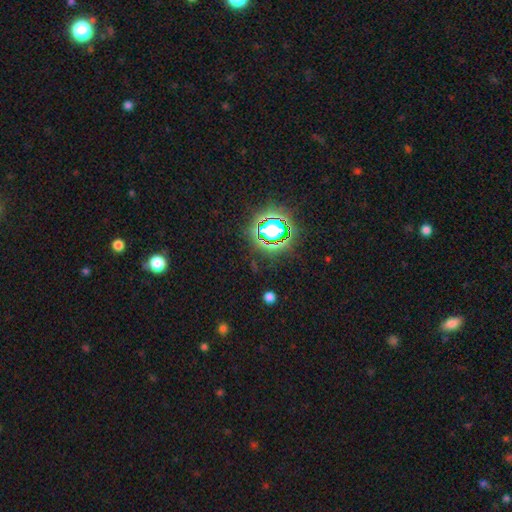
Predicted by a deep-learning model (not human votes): This is likely a star or artifact rather than a galaxy (80%).